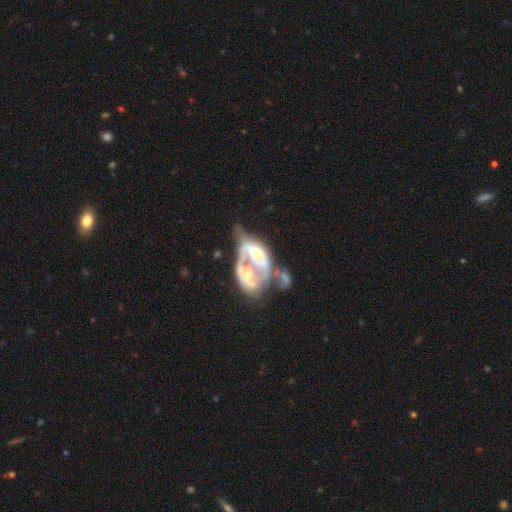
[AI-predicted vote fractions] featured or disk 70%, smooth 21%, star or artifact 9%. Down the decision tree: edge-on disk — no (97%); bar — no (82%); spiral arms — no (76%); bulge size — none (35%); merging — merger (51%).